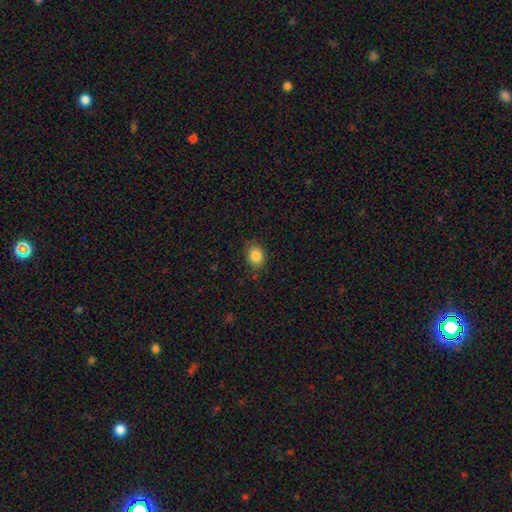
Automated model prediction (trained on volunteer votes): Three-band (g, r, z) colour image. It shows a smooth galaxy with no disk features (85%) that is in between round and cigar-shaped (54%). Merging: none (82%).